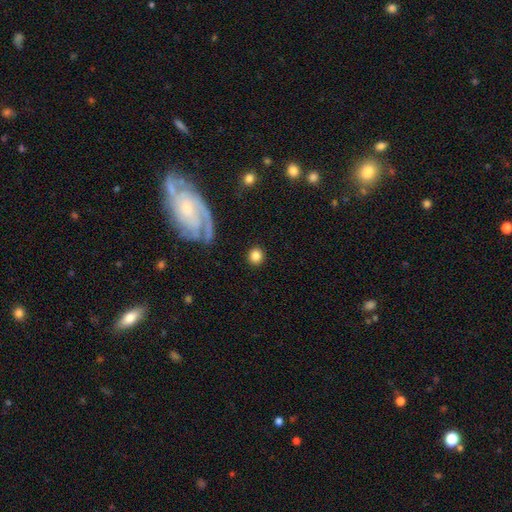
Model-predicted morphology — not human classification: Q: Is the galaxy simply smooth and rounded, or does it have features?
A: smooth — 81%.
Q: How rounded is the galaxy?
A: round — 90%.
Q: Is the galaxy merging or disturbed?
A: none — 89%.